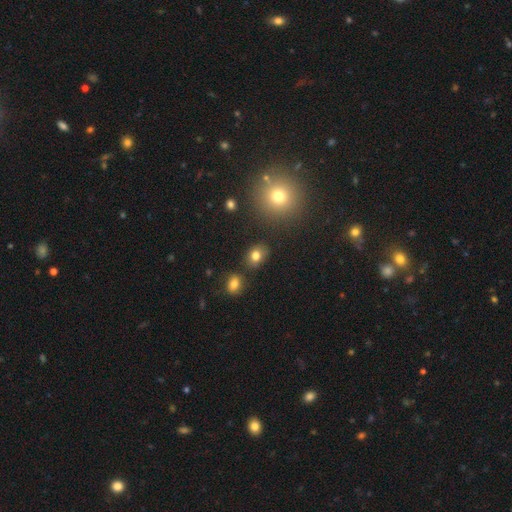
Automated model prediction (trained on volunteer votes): smooth_or_featured: smooth (p=0.80) [alt: star or artifact p=0.12]
how_rounded: in between (p=0.57) [alt: round p=0.42]
merging: none (p=0.79) [alt: minor disturbance p=0.12]